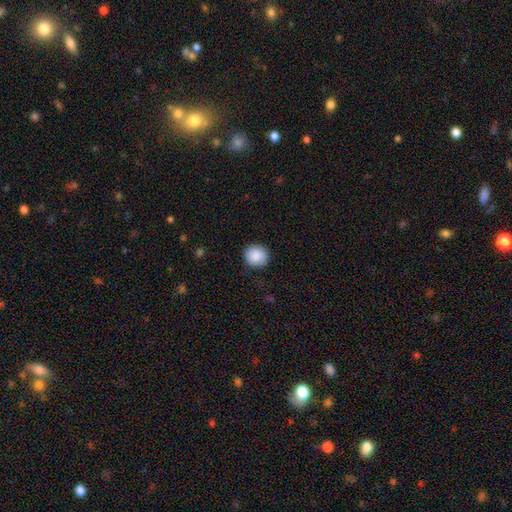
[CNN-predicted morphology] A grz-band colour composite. It shows a smooth galaxy with no disk features (89%) that is round (90%). Merging: none (89%).